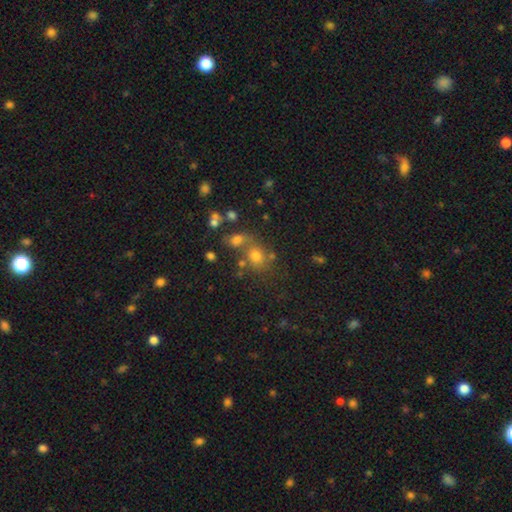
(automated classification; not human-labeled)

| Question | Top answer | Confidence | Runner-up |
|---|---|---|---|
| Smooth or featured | smooth | 64% | star or artifact (23%) |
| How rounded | round | 62% | in between (36%) |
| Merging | none | 49% | merger (35%) |